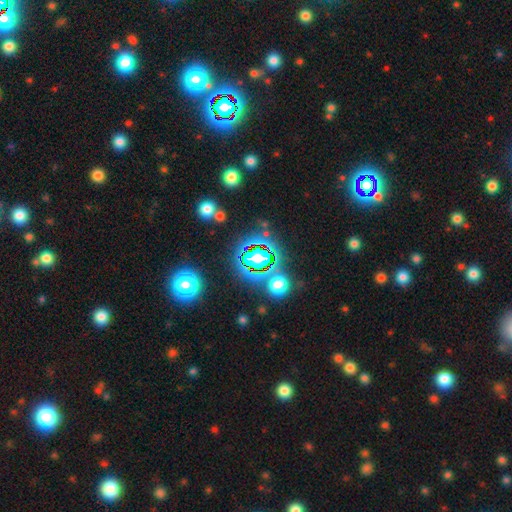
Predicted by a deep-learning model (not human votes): Q: Smooth or featured?
A: star or artifact (68%); runner-up: smooth (21%)